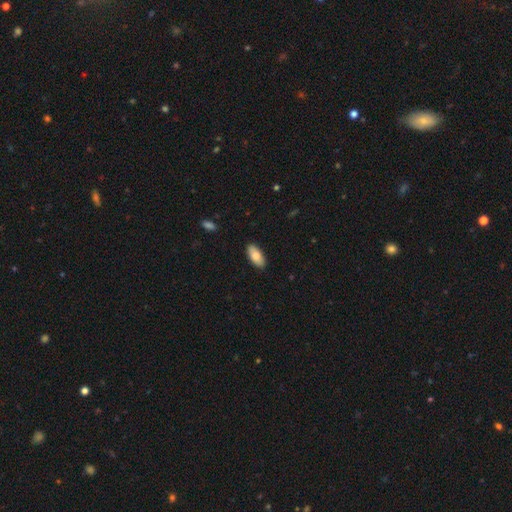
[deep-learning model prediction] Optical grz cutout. It shows a smooth galaxy with no disk features (83%) that is in between round and cigar-shaped (90%). Merging: none (88%).